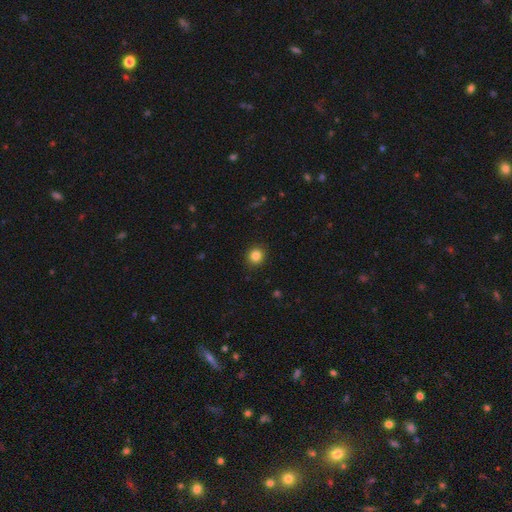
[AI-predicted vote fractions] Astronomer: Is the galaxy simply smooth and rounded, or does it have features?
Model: smooth — 85%.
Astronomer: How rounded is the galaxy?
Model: round — 88%.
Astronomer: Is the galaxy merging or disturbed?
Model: none — 92%.